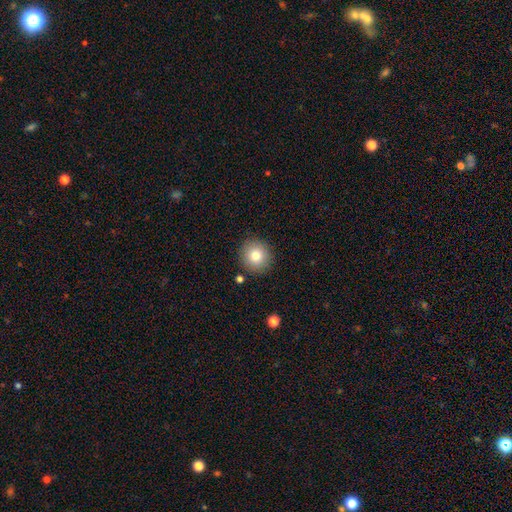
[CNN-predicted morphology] smooth-or-featured: smooth: 80% | star or artifact: 10% | featured or disk: 10%
  how-rounded: round: 93% | in between: 6% | cigar-shaped: 1%
  merging: none: 88% | minor disturbance: 7% | major disturbance: 2% | merger: 2%